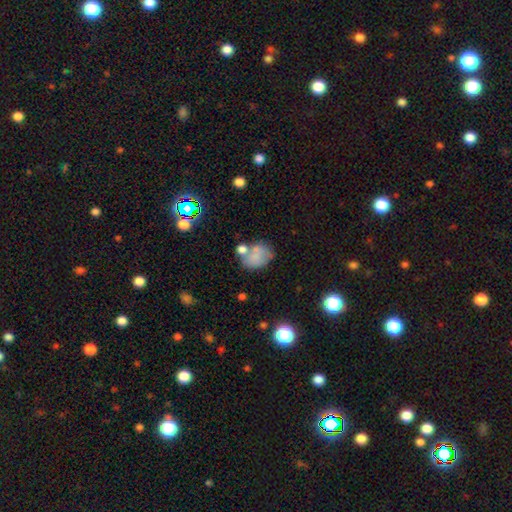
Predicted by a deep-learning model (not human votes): Smooth or featured?
  - smooth: 69% *
  - featured or disk: 19%
  - star or artifact: 12%
How rounded?
  - in between: 66% *
  - round: 33%
  - cigar-shaped: 1%
Merging?
  - none: 44% *
  - merger: 25%
  - minor disturbance: 21%
  - major disturbance: 11%